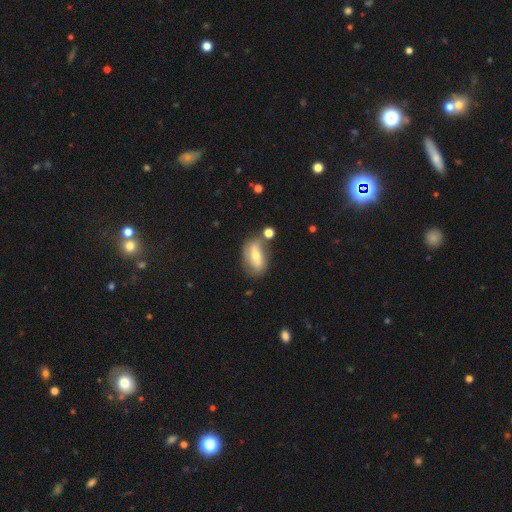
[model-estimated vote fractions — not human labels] Morphology: type=smooth (51%); roundness=in between (81%); merging=none (61%).